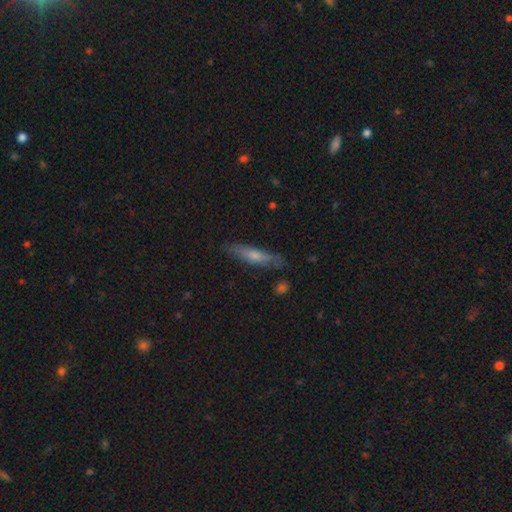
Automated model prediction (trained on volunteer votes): Smooth or featured?
  - featured or disk: 54% *
  - smooth: 37%
  - star or artifact: 9%
Edge-on disk?
  - yes: 86% *
  - no: 14%
Merging?
  - none: 84% *
  - minor disturbance: 12%
  - major disturbance: 2%
  - merger: 2%